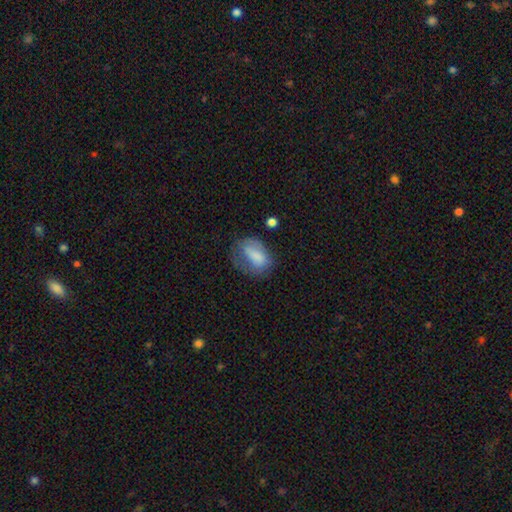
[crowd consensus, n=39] Volunteers were most divided on "merging": none: 46%, minor disturbance: 31%, major disturbance: 20%, merger: 3%. More confident: how rounded — in between (75%); smooth or featured — smooth (72%).